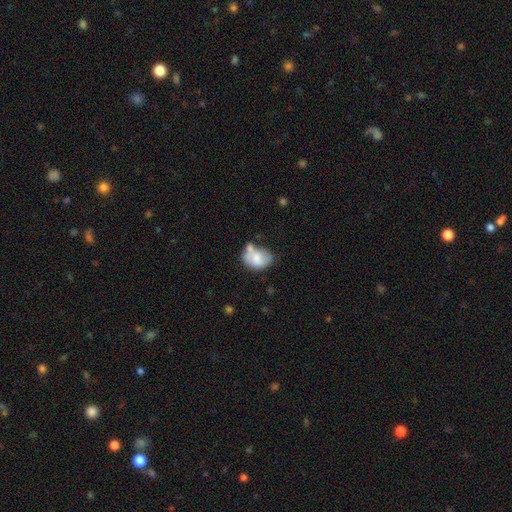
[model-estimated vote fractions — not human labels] Smooth or featured?
  - smooth: 66% *
  - featured or disk: 27%
  - star or artifact: 8%
How rounded?
  - in between: 71% *
  - round: 28%
  - cigar-shaped: 1%
Merging?
  - none: 33% *
  - merger: 31%
  - minor disturbance: 24%
  - major disturbance: 11%